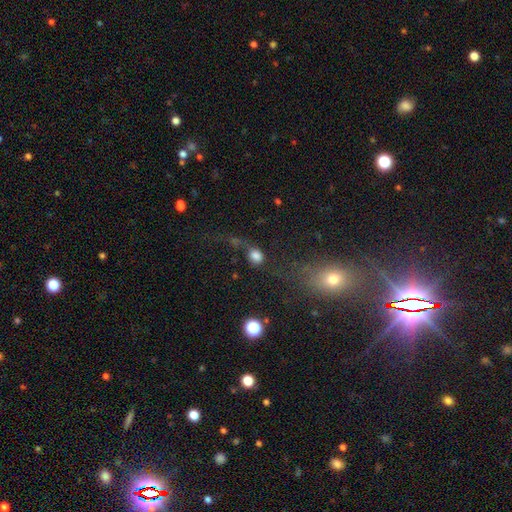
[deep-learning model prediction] smooth-or-featured: smooth: 72% | star or artifact: 14% | featured or disk: 14%
  how-rounded: round: 63% | in between: 35% | cigar-shaped: 2%
  merging: none: 39% | major disturbance: 31% | minor disturbance: 17% | merger: 12%